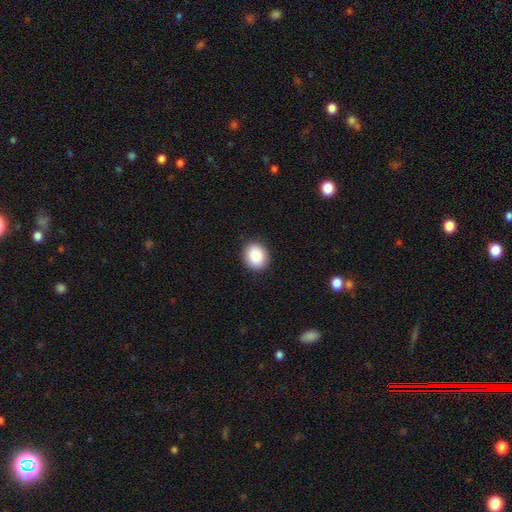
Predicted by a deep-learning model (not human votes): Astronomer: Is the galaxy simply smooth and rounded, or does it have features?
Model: smooth — 88%.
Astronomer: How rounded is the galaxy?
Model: round — 68%.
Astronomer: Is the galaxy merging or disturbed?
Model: none — 91%.